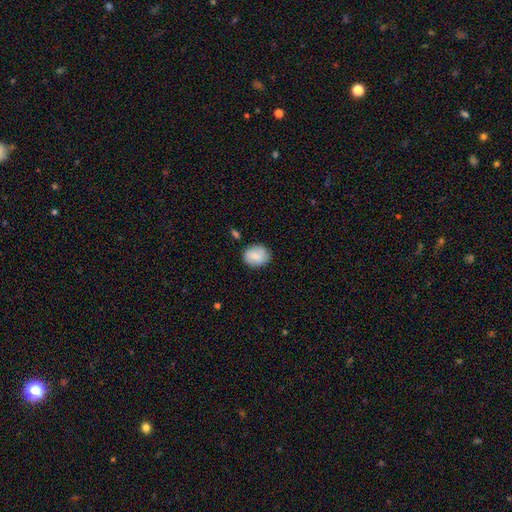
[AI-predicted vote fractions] Smooth or featured? smooth (80%)
How rounded? round (58%)
Merging? none (80%)